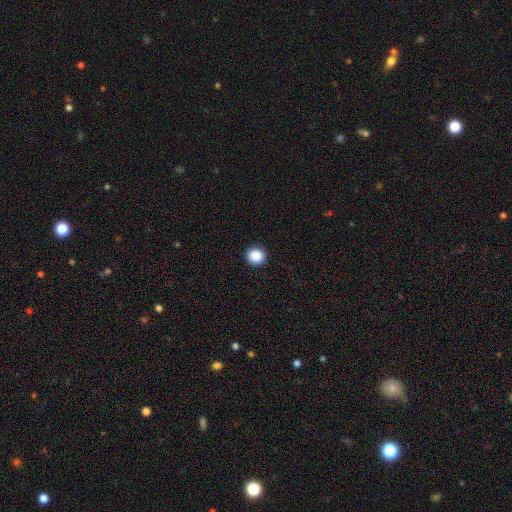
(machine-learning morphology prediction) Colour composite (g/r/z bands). It shows a smooth galaxy with no disk features (88%) that is round (88%). Merging: none (93%).